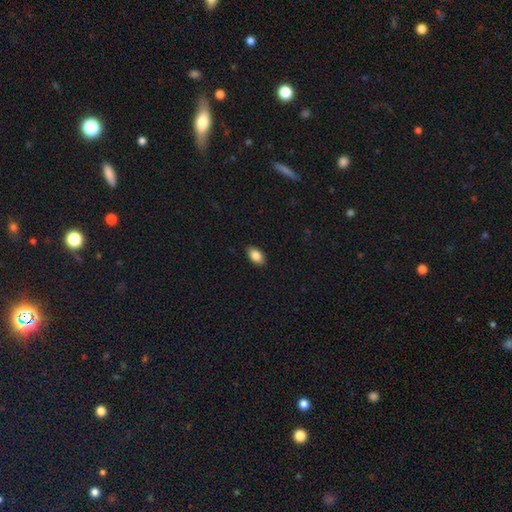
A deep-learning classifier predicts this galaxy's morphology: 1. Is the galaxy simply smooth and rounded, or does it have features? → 86% smooth, 8% star or artifact, 7% featured or disk.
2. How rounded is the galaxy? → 92% in between, 5% round, 3% cigar-shaped.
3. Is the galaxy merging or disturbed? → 89% none, 8% minor disturbance, 2% major disturbance, 1% merger.